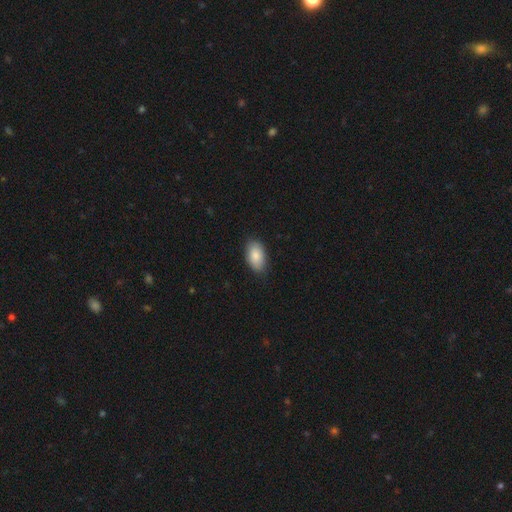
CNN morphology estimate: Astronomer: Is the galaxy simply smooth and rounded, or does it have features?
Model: smooth — 87%.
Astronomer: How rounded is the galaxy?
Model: in between — 93%.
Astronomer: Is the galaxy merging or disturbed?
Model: none — 84%.